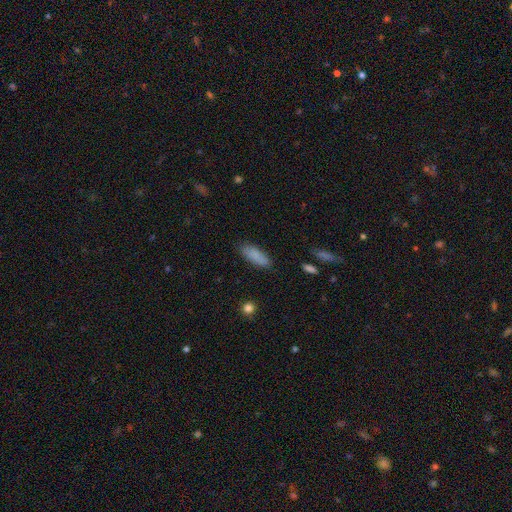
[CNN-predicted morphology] smooth-or-featured: smooth: 86% | star or artifact: 7% | featured or disk: 7%
  how-rounded: in between: 65% | cigar-shaped: 33% | round: 2%
  merging: none: 84% | minor disturbance: 12% | major disturbance: 3% | merger: 1%